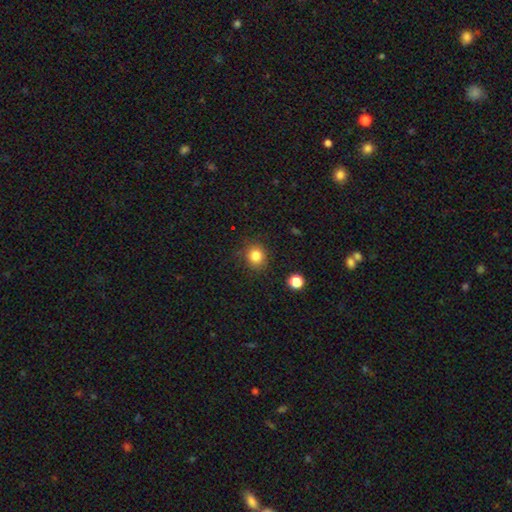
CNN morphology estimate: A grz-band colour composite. It shows a smooth galaxy with no disk features (83%) that is round (86%). Merging: none (85%).